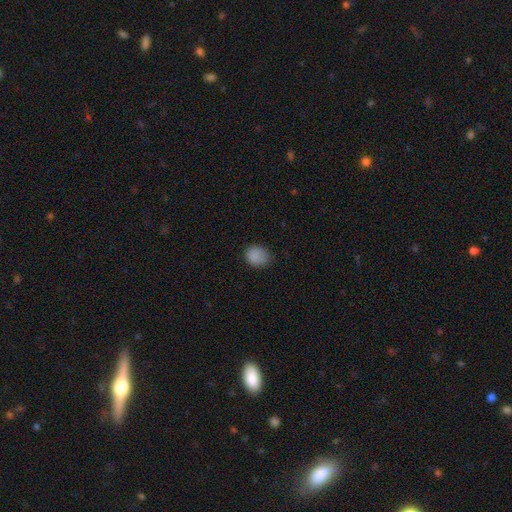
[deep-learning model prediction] A smooth galaxy with no disk features (86%) that is round (57%). Merging: none (75%).